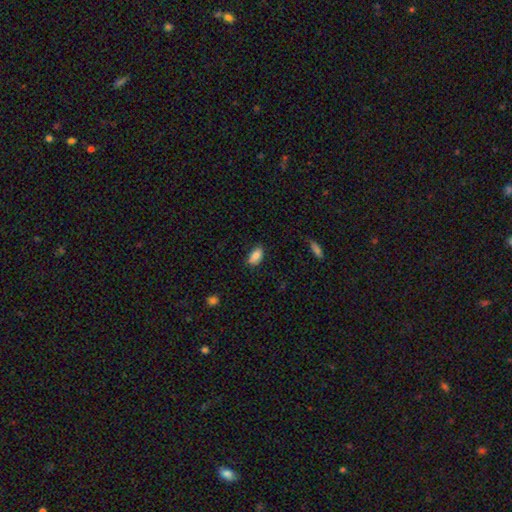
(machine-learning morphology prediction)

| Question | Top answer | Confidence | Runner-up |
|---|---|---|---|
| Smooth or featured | smooth | 82% | featured or disk (10%) |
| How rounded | in between | 92% | round (5%) |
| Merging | none | 75% | minor disturbance (20%) |